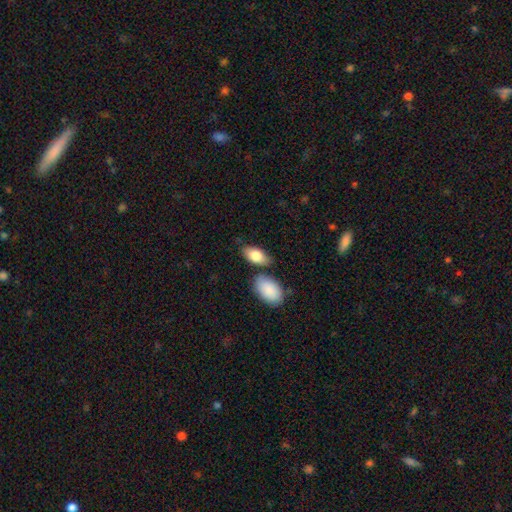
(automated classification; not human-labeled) smooth_or_featured: smooth (p=0.83) [alt: featured or disk p=0.12]
how_rounded: in between (p=0.91) [alt: cigar-shaped p=0.04]
merging: none (p=0.64) [alt: minor disturbance p=0.17]